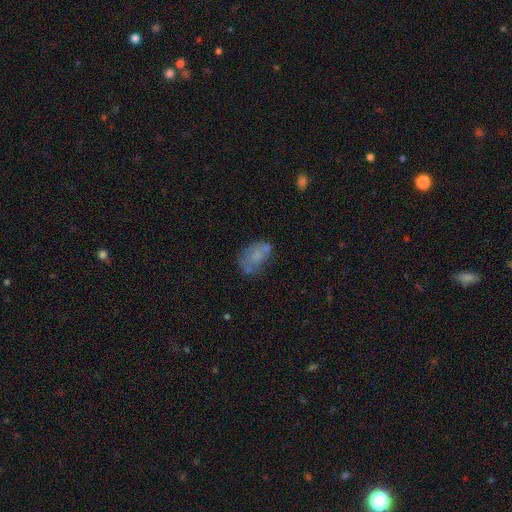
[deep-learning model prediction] smooth 59%, featured or disk 30%, star or artifact 11%. Down the decision tree: how rounded — in between (83%); merging — none (41%).